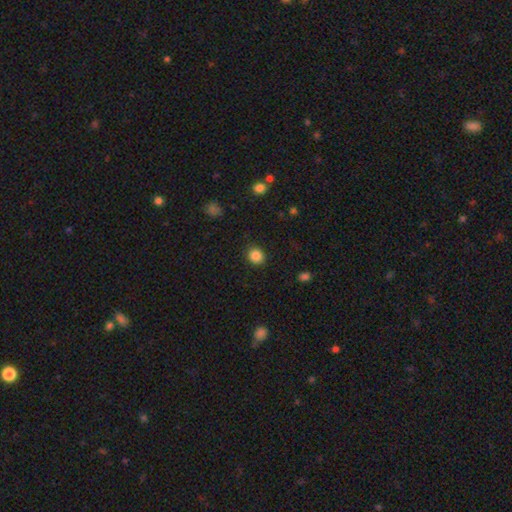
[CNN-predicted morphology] smooth_or_featured: smooth (p=0.86) [alt: star or artifact p=0.10]
how_rounded: round (p=0.80) [alt: in between p=0.19]
merging: none (p=0.89) [alt: minor disturbance p=0.07]